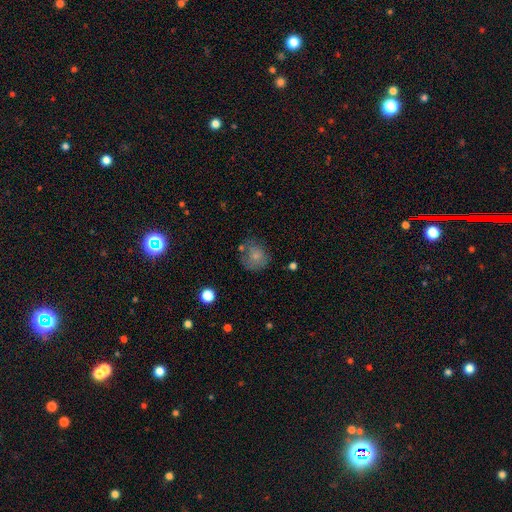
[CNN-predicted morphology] smooth_or_featured: smooth (p=0.74) [alt: featured or disk p=0.16]
how_rounded: round (p=0.81) [alt: in between p=0.18]
merging: none (p=0.58) [alt: minor disturbance p=0.23]